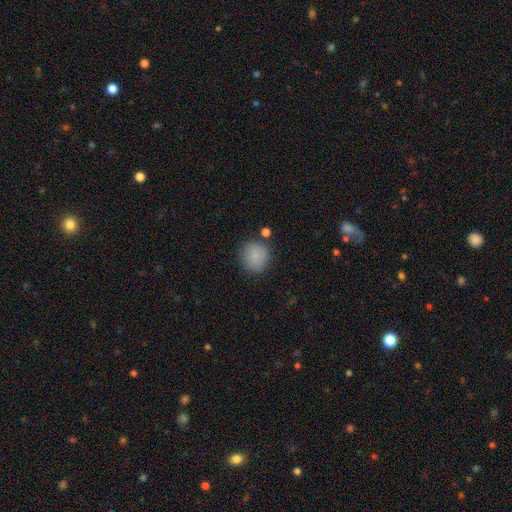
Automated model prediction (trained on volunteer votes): smooth 86%, star or artifact 8%, featured or disk 6%. Down the decision tree: how rounded — round (92%); merging — none (83%).